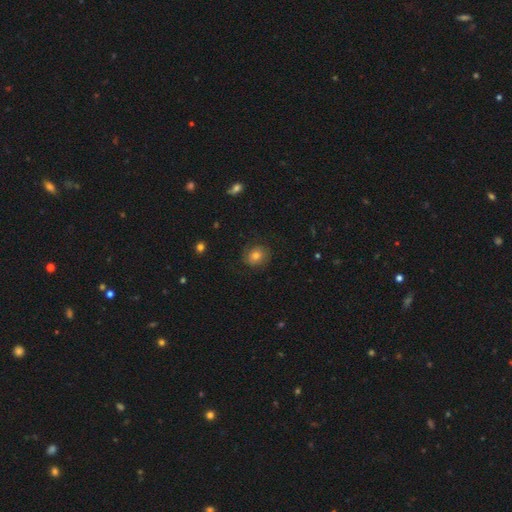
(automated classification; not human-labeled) Q: Smooth or featured?
A: smooth (70%); runner-up: featured or disk (18%)
Q: How rounded?
A: round (72%); runner-up: in between (27%)
Q: Merging?
A: none (81%); runner-up: minor disturbance (14%)